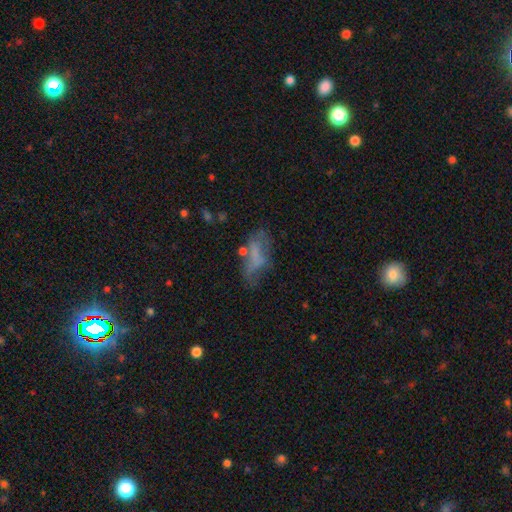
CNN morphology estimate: The model was most divided on "smooth or featured": smooth: 50%, featured or disk: 37%, star or artifact: 13%. Remaining: how rounded — in between (73%); merging — none (41%).